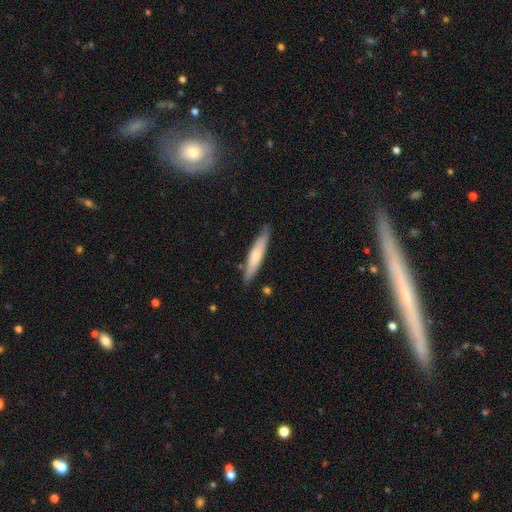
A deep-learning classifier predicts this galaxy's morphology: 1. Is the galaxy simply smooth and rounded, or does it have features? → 62% smooth, 32% featured or disk, 5% star or artifact.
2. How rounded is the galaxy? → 88% cigar-shaped, 11% in between, 1% round.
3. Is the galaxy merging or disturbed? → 84% none, 12% minor disturbance, 2% merger, 2% major disturbance.